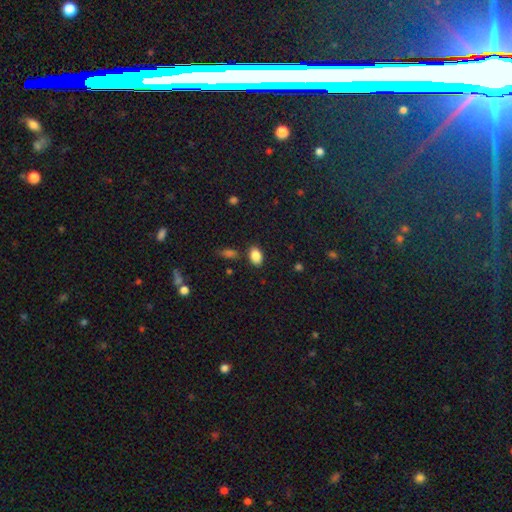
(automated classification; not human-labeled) Q: Smooth or featured?
A: smooth (87%); runner-up: star or artifact (9%)
Q: How rounded?
A: in between (86%); runner-up: round (13%)
Q: Merging?
A: none (83%); runner-up: minor disturbance (10%)